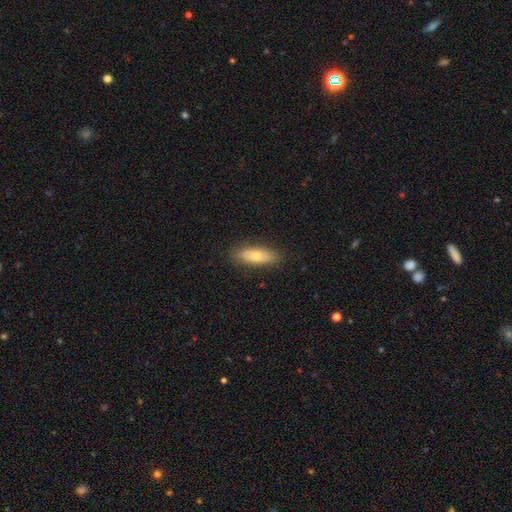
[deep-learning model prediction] Smooth or featured?
  - smooth: 64% *
  - featured or disk: 29%
  - star or artifact: 7%
How rounded?
  - in between: 58% *
  - cigar-shaped: 39%
  - round: 3%
Merging?
  - none: 86% *
  - minor disturbance: 10%
  - major disturbance: 2%
  - merger: 1%